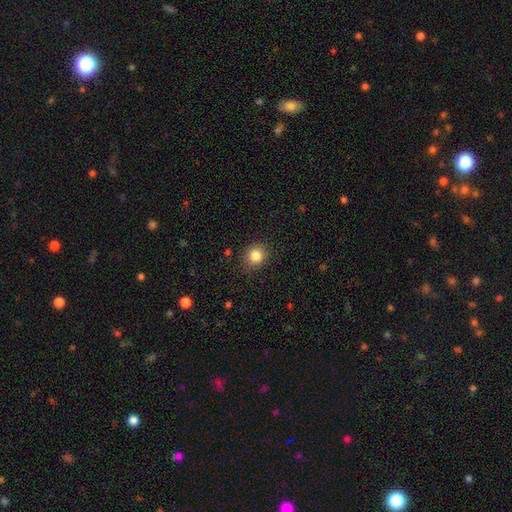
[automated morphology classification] Smooth or featured? smooth (85%)
How rounded? round (80%)
Merging? none (86%)